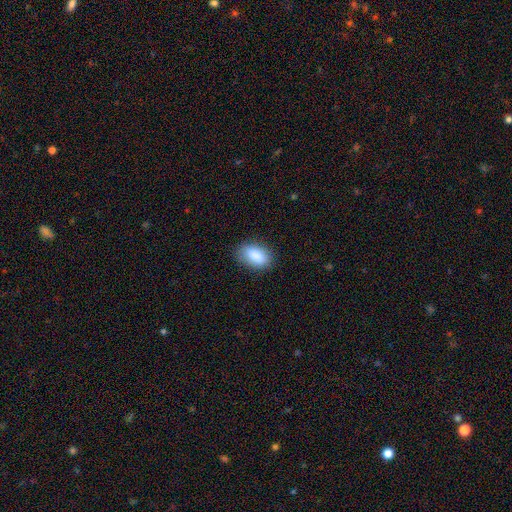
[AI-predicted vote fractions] A smooth galaxy with no disk features (85%) that is in between round and cigar-shaped (90%). Merging: none (83%).